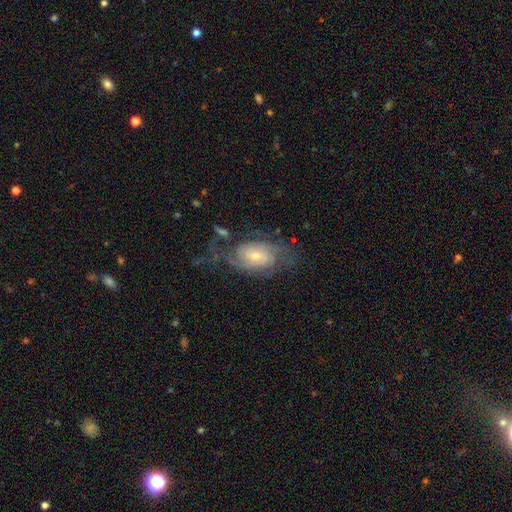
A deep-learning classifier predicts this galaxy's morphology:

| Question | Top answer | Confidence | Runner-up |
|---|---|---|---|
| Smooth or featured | featured or disk | 76% | smooth (16%) |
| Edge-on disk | no | 95% | yes (5%) |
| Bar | no | 62% | weak (31%) |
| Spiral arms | yes | 89% | no (11%) |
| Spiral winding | medium | 41% | tight (36%) |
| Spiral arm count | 2 | 48% | can't tell (29%) |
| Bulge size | small | 58% | moderate (35%) |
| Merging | none | 51% | major disturbance (25%) |